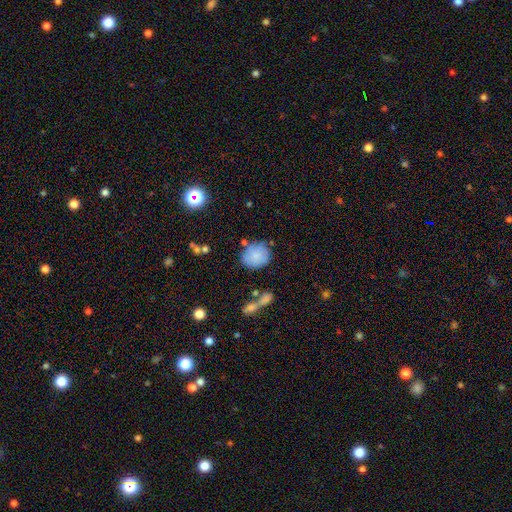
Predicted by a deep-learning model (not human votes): The model was most divided on "how rounded": round: 74%, in between: 25%, cigar-shaped: 1%. More confident: smooth or featured — smooth (81%); merging — none (68%).